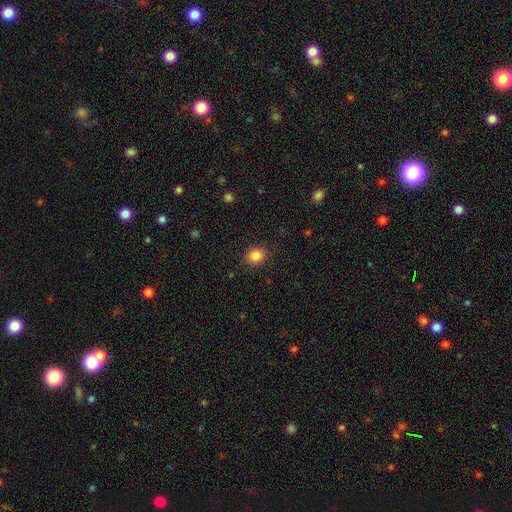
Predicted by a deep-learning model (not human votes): A smooth galaxy with no disk features (86%) that is round (70%).

Vote fractions:
- Smooth or featured? smooth: 86% / star or artifact: 10% / featured or disk: 4%
- How rounded? round: 70% / in between: 29% / cigar-shaped: 1%
- Merging? none: 89% / minor disturbance: 8% / major disturbance: 3% / merger: 1%